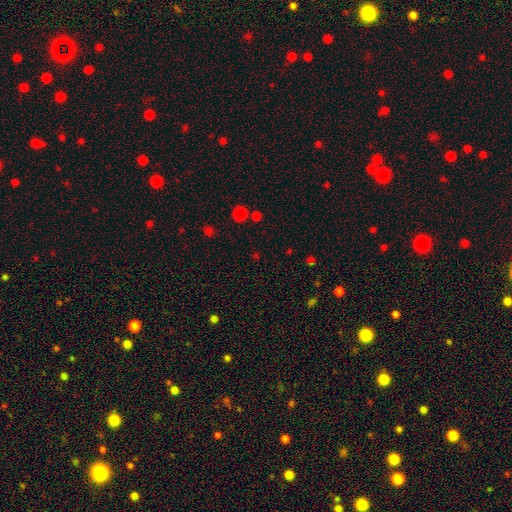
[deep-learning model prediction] A star or artifact, not a galaxy (47%).

Vote fractions:
- Smooth or featured? star or artifact: 47% / smooth: 46% / featured or disk: 7%